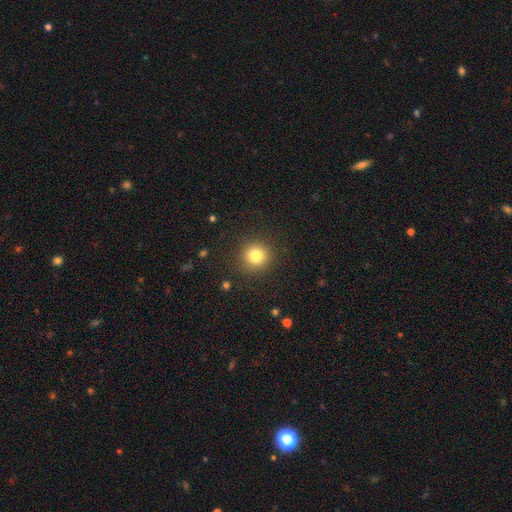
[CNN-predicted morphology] Smooth or featured? smooth (80%)
How rounded? round (94%)
Merging? none (90%)